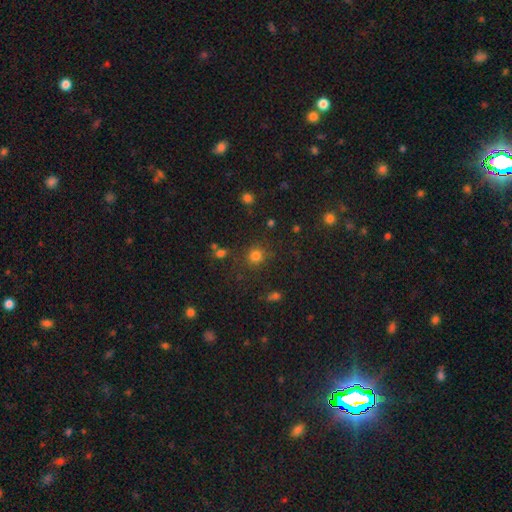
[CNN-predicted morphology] smooth_or_featured: smooth (p=0.78) [alt: star or artifact p=0.17]
how_rounded: round (p=0.88) [alt: in between p=0.11]
merging: none (p=0.80) [alt: minor disturbance p=0.10]